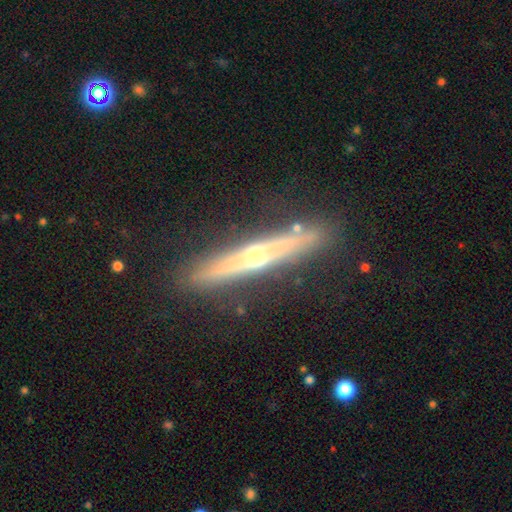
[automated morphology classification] A featured or disk galaxy (71%) viewed edge-on (95%) with a rounded central bulge (83%). Merging: none (86%).